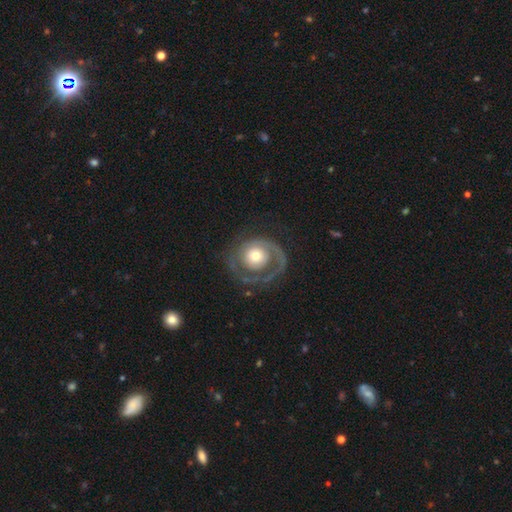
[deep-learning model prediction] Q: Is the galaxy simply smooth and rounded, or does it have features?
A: featured or disk — 73%.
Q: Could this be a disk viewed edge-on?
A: no — 97%.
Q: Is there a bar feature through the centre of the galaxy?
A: no — 83%.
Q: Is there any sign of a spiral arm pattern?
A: yes — 78%.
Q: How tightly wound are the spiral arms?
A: tight — 58%.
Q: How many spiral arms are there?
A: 1 — 61%.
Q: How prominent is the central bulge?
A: moderate — 60%.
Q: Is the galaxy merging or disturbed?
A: none — 60%.